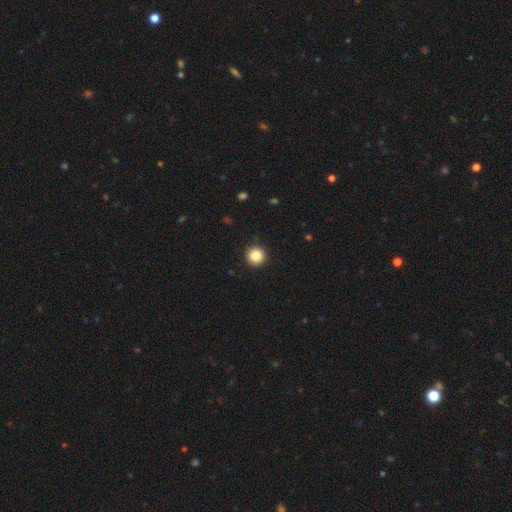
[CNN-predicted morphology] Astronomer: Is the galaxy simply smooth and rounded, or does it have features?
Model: smooth — 85%.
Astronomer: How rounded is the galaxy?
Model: round — 96%.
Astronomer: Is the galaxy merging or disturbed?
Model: none — 92%.